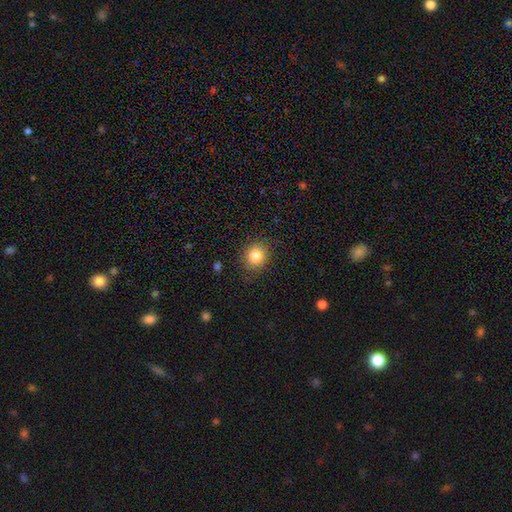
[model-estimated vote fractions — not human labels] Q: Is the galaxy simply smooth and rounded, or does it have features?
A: smooth — 82%.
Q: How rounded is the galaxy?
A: round — 79%.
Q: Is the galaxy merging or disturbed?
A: none — 82%.